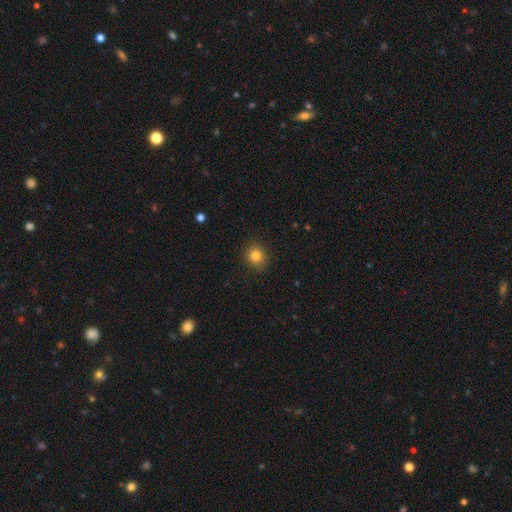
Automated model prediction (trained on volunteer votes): A smooth galaxy with no disk features (82%) that is round (82%). Merging: none (89%).